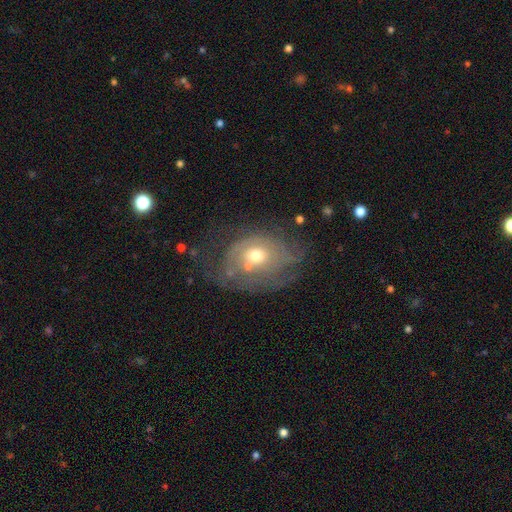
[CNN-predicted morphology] Overall: featured or disk (58%; smooth 32%). Edge-on disk: no (95%). Bar: no (85%). Spiral arms: yes (57%; no 43%). Bulge size: moderate (62%; small 30%). Merging: none (40%; major disturbance 27%).